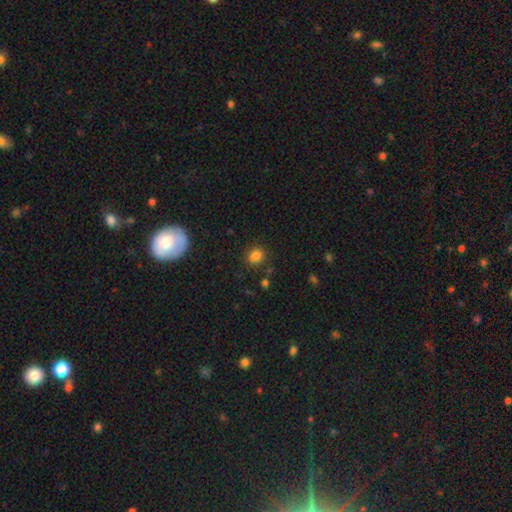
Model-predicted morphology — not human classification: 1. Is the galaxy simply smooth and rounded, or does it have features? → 81% smooth, 14% star or artifact, 5% featured or disk.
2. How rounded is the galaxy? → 52% in between, 47% round, 2% cigar-shaped.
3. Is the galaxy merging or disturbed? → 78% none, 13% minor disturbance, 5% merger, 4% major disturbance.